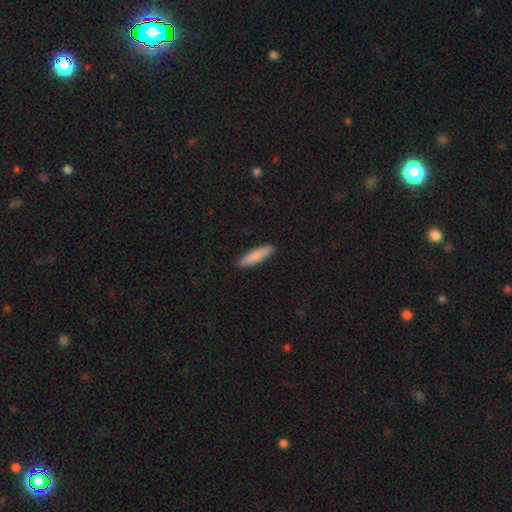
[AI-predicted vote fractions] A smooth galaxy with no disk features (85%) that is cigar-shaped (79%). Merging: none (91%).